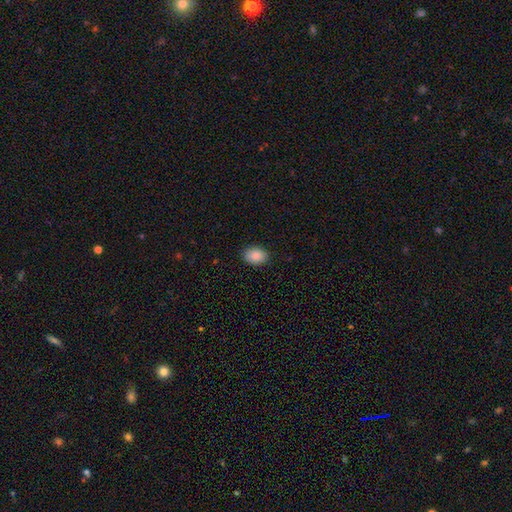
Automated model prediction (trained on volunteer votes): Smooth or featured: smooth — 86% (star or artifact — 8%)
How rounded: in between — 76% (round — 23%)
Merging: none — 89% (minor disturbance — 8%)